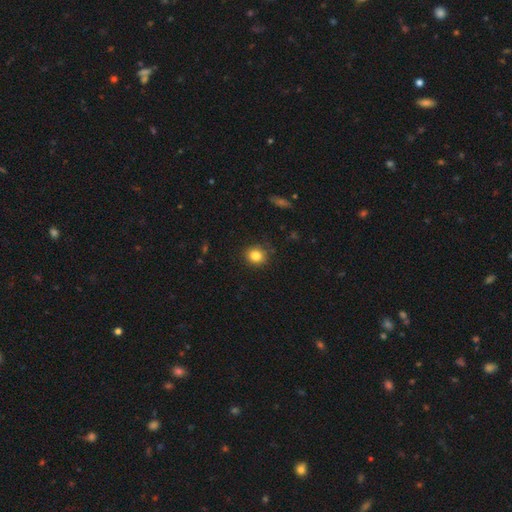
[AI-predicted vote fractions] A smooth galaxy with no disk features (83%) that is round (81%). Merging: none (87%).